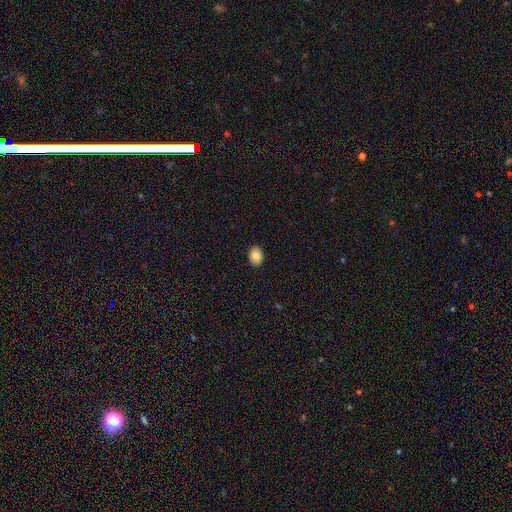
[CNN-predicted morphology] smooth 85%, star or artifact 8%, featured or disk 8%. Down the decision tree: how rounded — in between (74%); merging — none (90%).